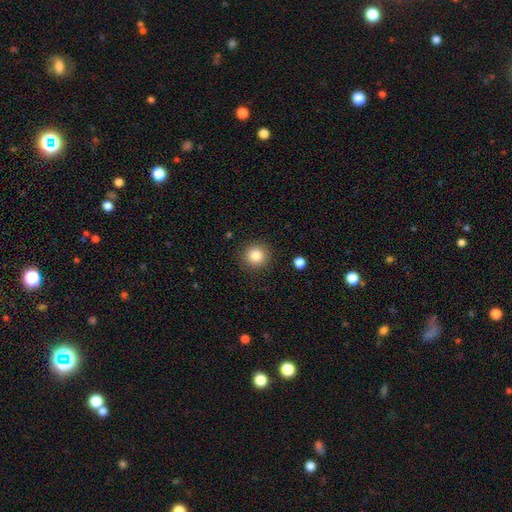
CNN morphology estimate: The model was most divided on "smooth or featured": smooth: 84%, star or artifact: 10%, featured or disk: 6%. More confident: how rounded — round (94%); merging — none (89%).